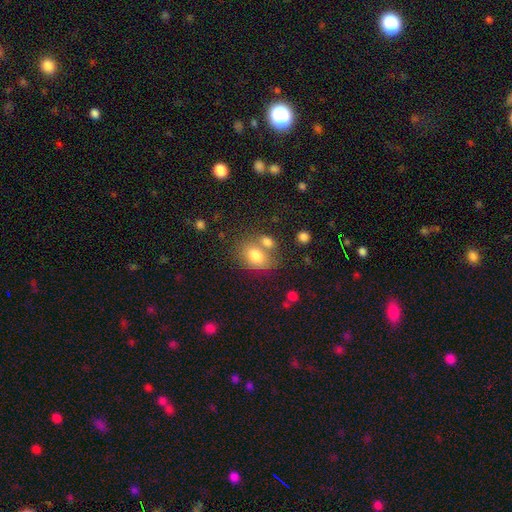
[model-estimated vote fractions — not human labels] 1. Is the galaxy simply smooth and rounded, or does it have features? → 78% smooth, 13% featured or disk, 10% star or artifact.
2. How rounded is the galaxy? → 71% in between, 28% round, 1% cigar-shaped.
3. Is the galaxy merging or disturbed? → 48% none, 33% merger, 14% minor disturbance, 6% major disturbance.